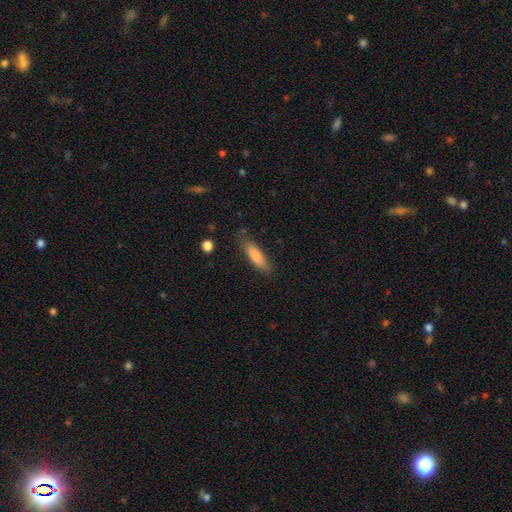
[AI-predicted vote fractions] The model was most divided on "how rounded": cigar-shaped: 56%, in between: 42%, round: 2%. More confident: smooth or featured — smooth (83%); merging — none (77%).